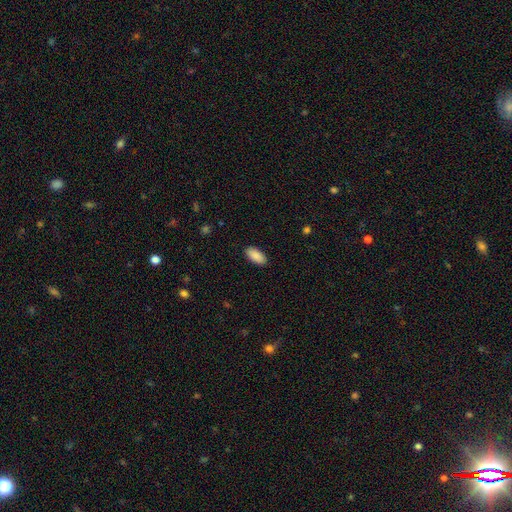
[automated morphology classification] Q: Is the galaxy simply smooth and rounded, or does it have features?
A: smooth — 90%.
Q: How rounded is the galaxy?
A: in between — 93%.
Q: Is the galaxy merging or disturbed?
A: none — 90%.